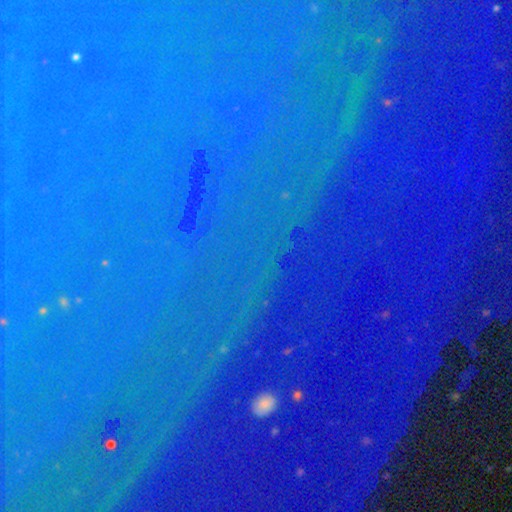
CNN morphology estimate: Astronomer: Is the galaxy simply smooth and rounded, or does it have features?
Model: star or artifact — 83%.